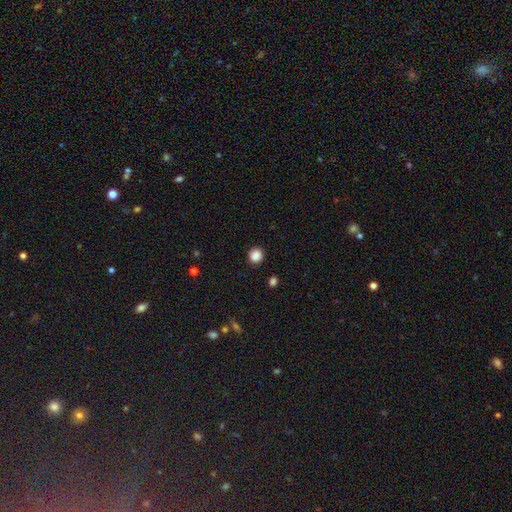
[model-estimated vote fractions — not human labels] Smooth or featured? smooth (86%)
How rounded? round (90%)
Merging? none (89%)